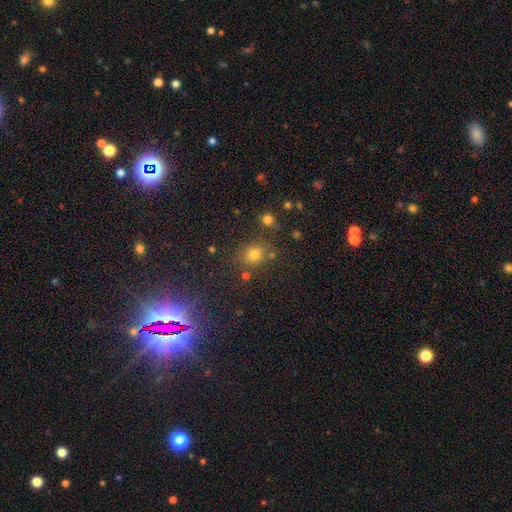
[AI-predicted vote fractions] Smooth or featured: smooth — 53% (star or artifact — 39%)
How rounded: round — 82% (in between — 16%)
Merging: none — 82% (minor disturbance — 9%)